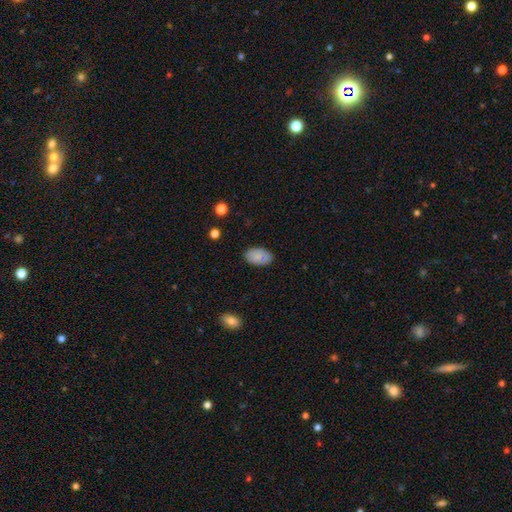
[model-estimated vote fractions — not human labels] A smooth galaxy with no disk features (81%) that is in between round and cigar-shaped (93%).

Vote fractions:
- Smooth or featured? smooth: 81% / featured or disk: 12% / star or artifact: 7%
- How rounded? in between: 93% / round: 6% / cigar-shaped: 1%
- Merging? none: 85% / minor disturbance: 12% / major disturbance: 2% / merger: 1%